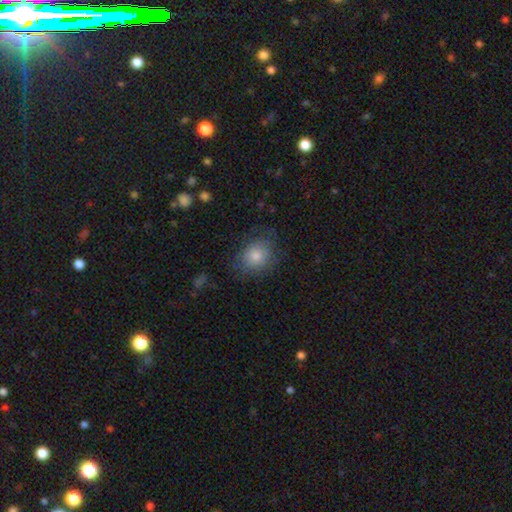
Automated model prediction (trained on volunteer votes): Smooth or featured? smooth (80%)
How rounded? round (59%)
Merging? none (76%)